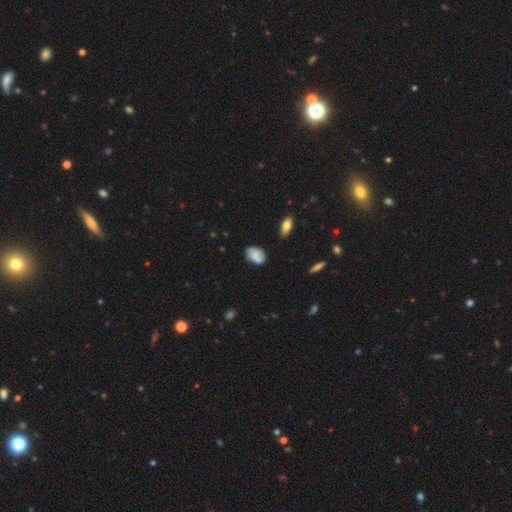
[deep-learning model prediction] Smooth or featured?
  - smooth: 70% *
  - featured or disk: 21%
  - star or artifact: 9%
How rounded?
  - in between: 83% *
  - round: 15%
  - cigar-shaped: 2%
Merging?
  - none: 64% *
  - minor disturbance: 25%
  - merger: 6%
  - major disturbance: 5%